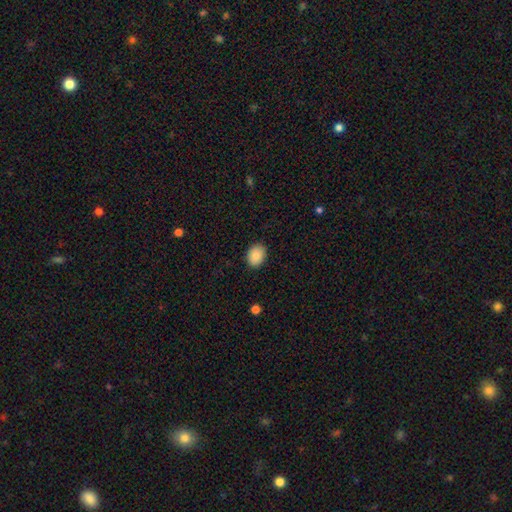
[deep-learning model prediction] smooth-or-featured: smooth: 88% | star or artifact: 7% | featured or disk: 4%
  how-rounded: in between: 67% | round: 33% | cigar-shaped: 1%
  merging: none: 89% | minor disturbance: 8% | major disturbance: 2% | merger: 1%